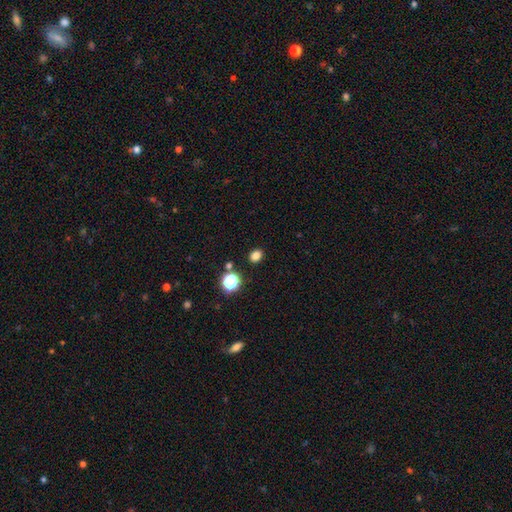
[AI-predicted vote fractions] smooth-or-featured: smooth: 80% | star or artifact: 16% | featured or disk: 4%
  how-rounded: round: 54% | in between: 45% | cigar-shaped: 1%
  merging: none: 88% | minor disturbance: 7% | merger: 2% | major disturbance: 2%